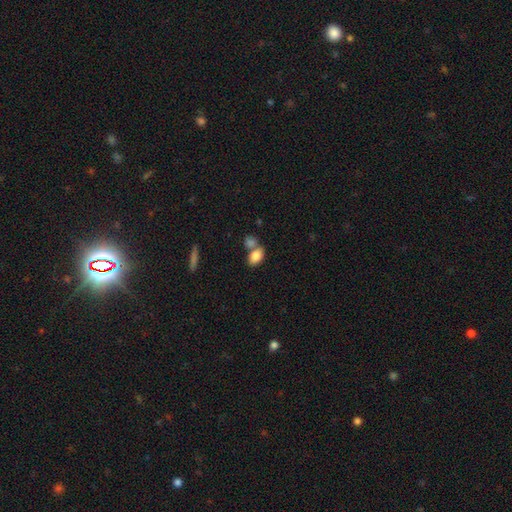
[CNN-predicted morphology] Smooth or featured? Predicted: smooth (p=0.84). How rounded? Predicted: in between (p=0.87). Merging? Predicted: none (p=0.46).